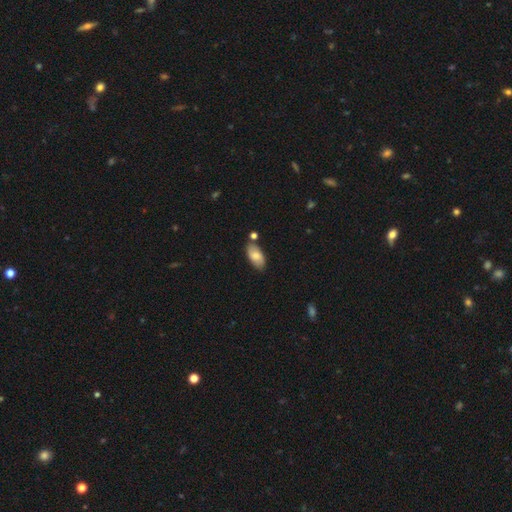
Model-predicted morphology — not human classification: A smooth galaxy with no disk features (75%) that is in between round and cigar-shaped (94%).

Vote fractions:
- Smooth or featured? smooth: 75% / featured or disk: 18% / star or artifact: 7%
- How rounded? in between: 94% / cigar-shaped: 4% / round: 3%
- Merging? none: 76% / minor disturbance: 13% / merger: 8% / major disturbance: 3%